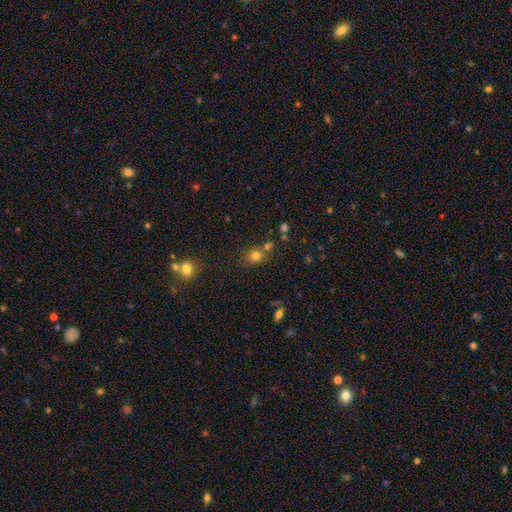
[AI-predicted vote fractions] This appears to be a smooth galaxy with no disk features (76%) that is round (77%). Merging: none (61%).